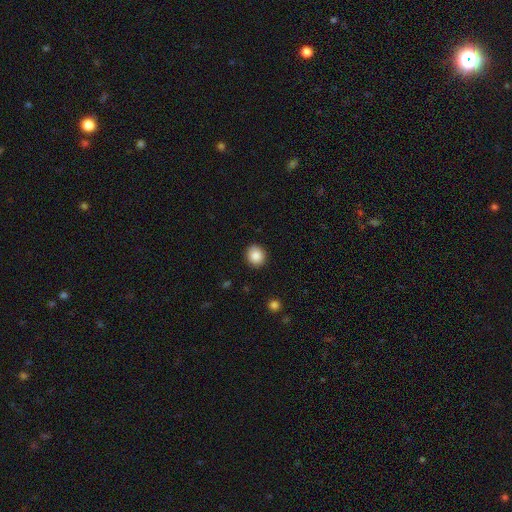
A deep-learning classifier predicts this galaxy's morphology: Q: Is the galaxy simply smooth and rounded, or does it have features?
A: smooth — 86%.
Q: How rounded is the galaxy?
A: round — 84%.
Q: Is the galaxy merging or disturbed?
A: none — 91%.